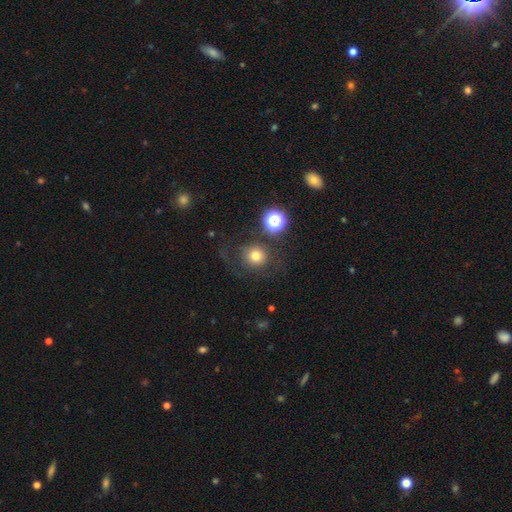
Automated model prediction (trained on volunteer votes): A smooth galaxy with no disk features (73%) that is round (91%). Merging: none (68%).